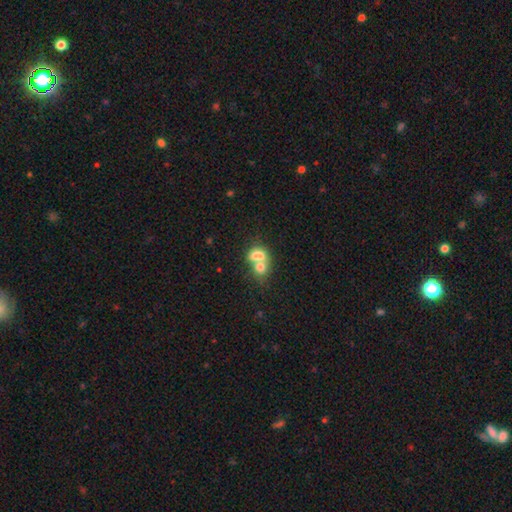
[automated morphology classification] This appears to be a smooth galaxy with no disk features (69%) that is in between round and cigar-shaped (55%). Merging: merger (73%).